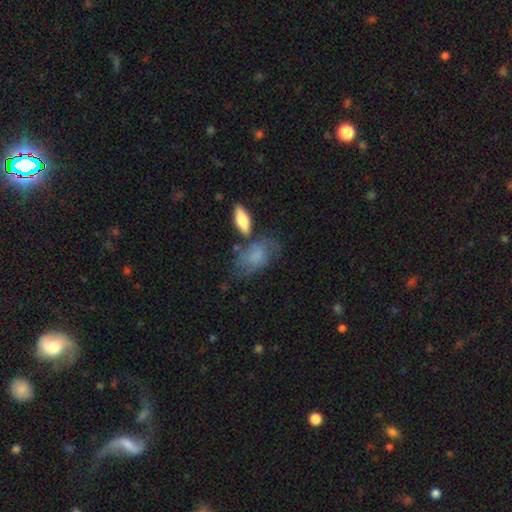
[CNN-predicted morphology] smooth_or_featured: smooth (p=0.63) [alt: featured or disk p=0.28]
how_rounded: in between (p=0.87) [alt: round p=0.09]
merging: none (p=0.45) [alt: minor disturbance p=0.28]